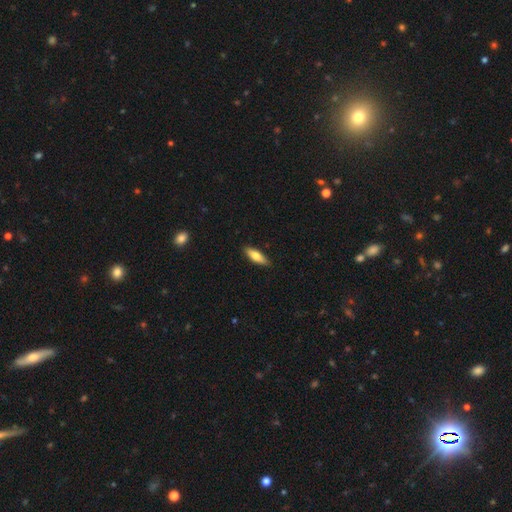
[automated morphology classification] Smooth or featured: smooth — 71% (featured or disk — 23%)
How rounded: in between — 51% (cigar-shaped — 47%)
Merging: none — 88% (minor disturbance — 9%)